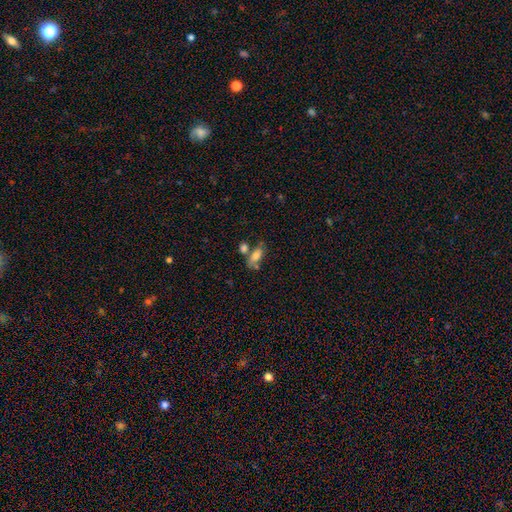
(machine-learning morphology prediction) type=smooth (74%); roundness=in between (81%); merging=none (50%).